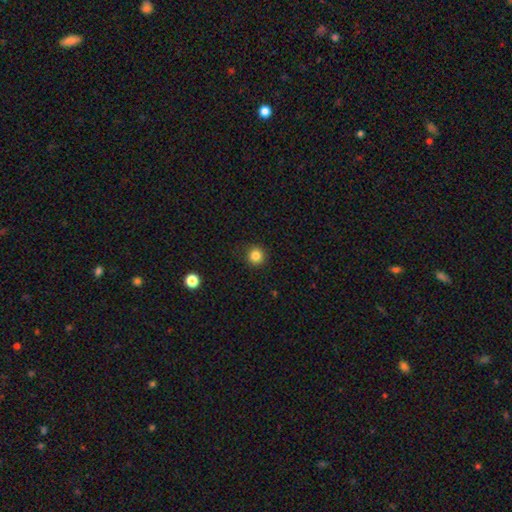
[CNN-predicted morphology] Q: Smooth or featured?
A: smooth (84%); runner-up: star or artifact (12%)
Q: How rounded?
A: round (94%); runner-up: in between (5%)
Q: Merging?
A: none (91%); runner-up: minor disturbance (6%)